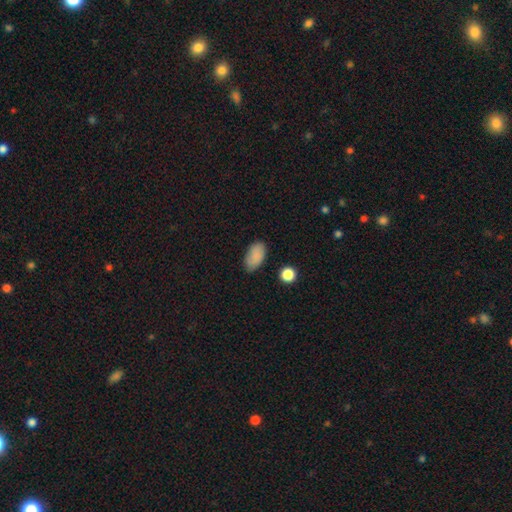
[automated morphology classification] Q: Smooth or featured?
A: smooth (85%); runner-up: star or artifact (9%)
Q: How rounded?
A: in between (92%); runner-up: round (6%)
Q: Merging?
A: none (73%); runner-up: minor disturbance (21%)